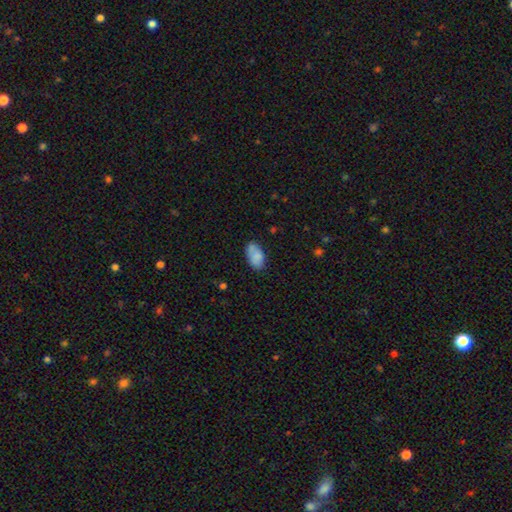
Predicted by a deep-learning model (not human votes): Smooth or featured?
  - smooth: 82% *
  - featured or disk: 11%
  - star or artifact: 7%
How rounded?
  - in between: 94% *
  - round: 4%
  - cigar-shaped: 2%
Merging?
  - none: 75% *
  - minor disturbance: 18%
  - major disturbance: 4%
  - merger: 3%